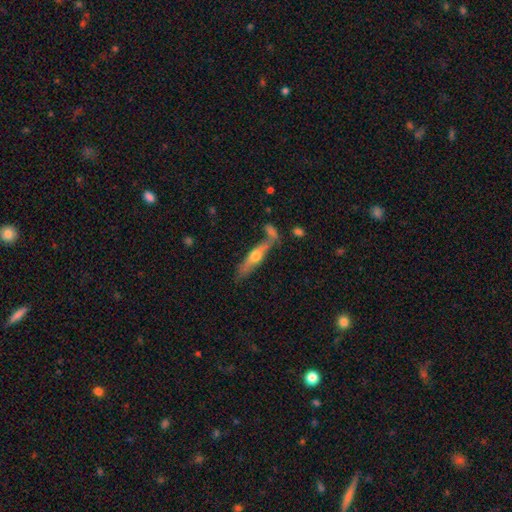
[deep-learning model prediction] Smooth or featured? featured or disk (56%)
Edge-on disk? yes (88%)
Merging? none (61%)